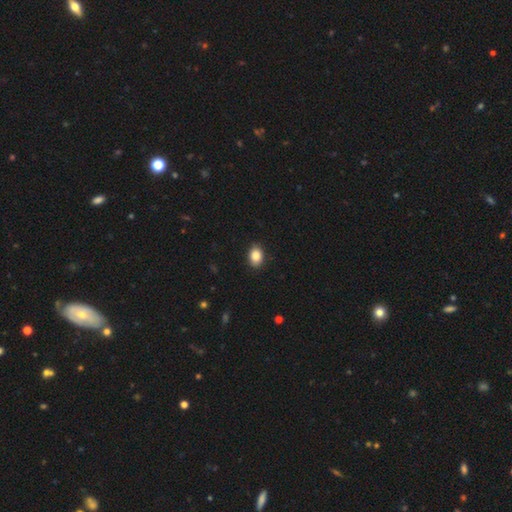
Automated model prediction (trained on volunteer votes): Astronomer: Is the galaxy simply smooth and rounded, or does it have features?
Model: smooth — 87%.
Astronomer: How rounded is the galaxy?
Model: in between — 77%.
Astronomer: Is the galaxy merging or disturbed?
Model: none — 89%.